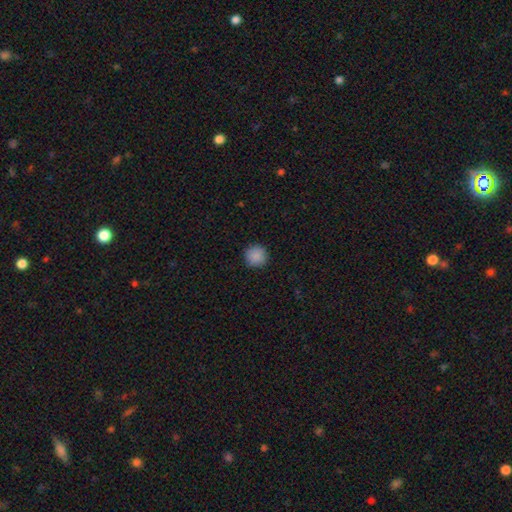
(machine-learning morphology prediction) A smooth galaxy with no disk features (88%) that is round (95%). Merging: none (90%).